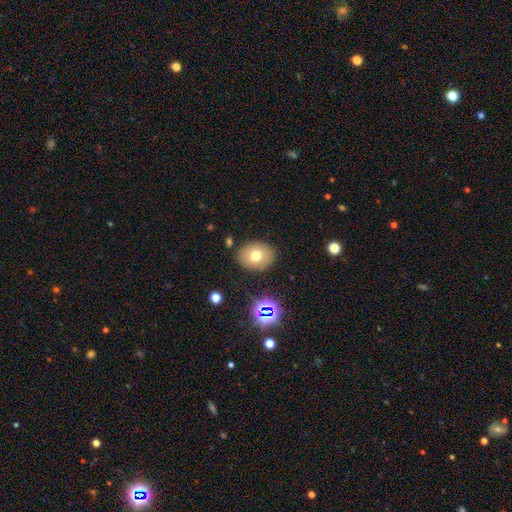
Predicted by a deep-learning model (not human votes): Smooth or featured: smooth — 70% (featured or disk — 16%)
How rounded: in between — 58% (round — 41%)
Merging: none — 85% (minor disturbance — 9%)